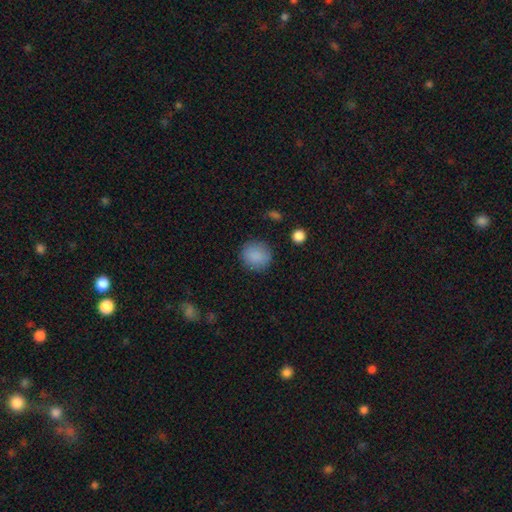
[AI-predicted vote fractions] A smooth galaxy with no disk features (87%) that is round (88%).

Vote fractions:
- Smooth or featured? smooth: 87% / star or artifact: 8% / featured or disk: 5%
- How rounded? round: 88% / in between: 11% / cigar-shaped: 1%
- Merging? none: 85% / minor disturbance: 10% / major disturbance: 3% / merger: 1%